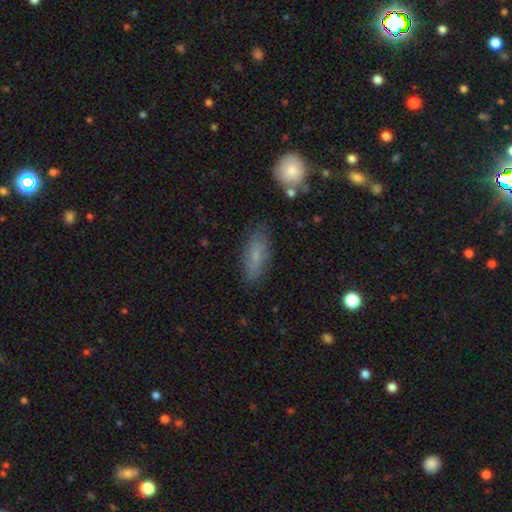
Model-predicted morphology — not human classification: Smooth or featured: smooth — 73% (featured or disk — 19%)
How rounded: in between — 67% (cigar-shaped — 30%)
Merging: none — 80% (minor disturbance — 15%)